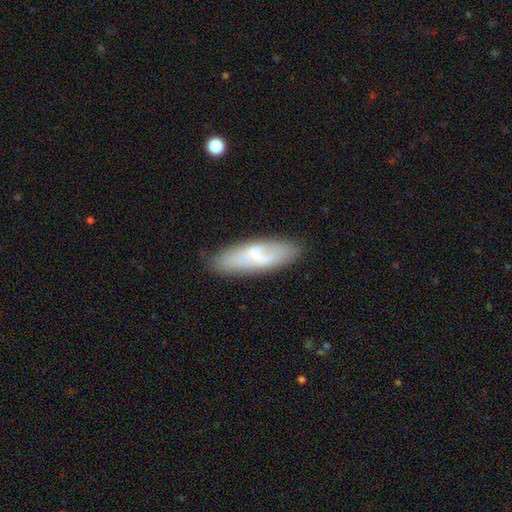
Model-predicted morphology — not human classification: smooth-or-featured: smooth: 54% | featured or disk: 39% | star or artifact: 7%
  how-rounded: in between: 56% | cigar-shaped: 42% | round: 2%
  merging: none: 74% | minor disturbance: 17% | major disturbance: 6% | merger: 3%